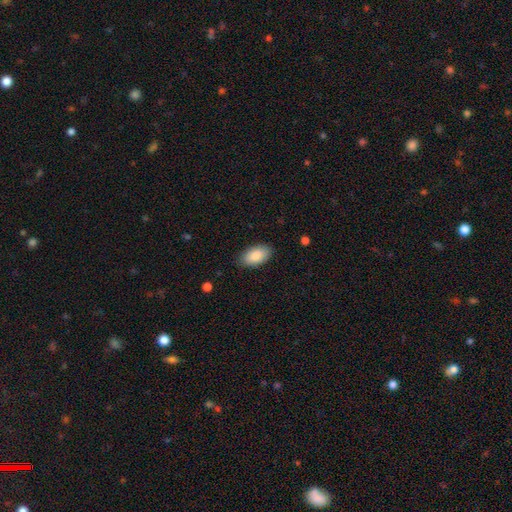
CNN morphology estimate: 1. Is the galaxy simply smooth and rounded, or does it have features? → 86% smooth, 8% featured or disk, 6% star or artifact.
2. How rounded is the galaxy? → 95% in between, 3% round, 2% cigar-shaped.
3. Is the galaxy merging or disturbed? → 86% none, 11% minor disturbance, 2% major disturbance, 1% merger.